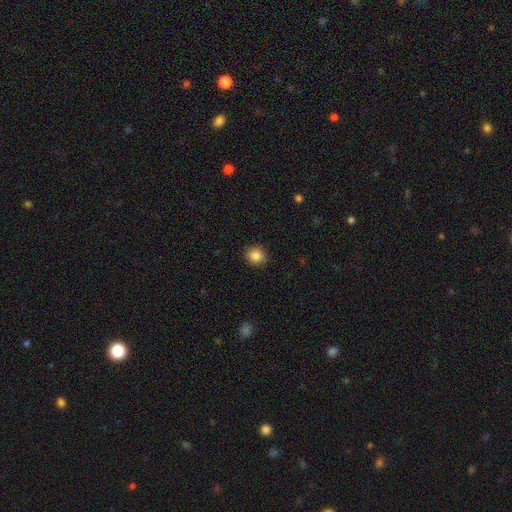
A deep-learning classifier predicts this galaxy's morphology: Smooth or featured?
  - smooth: 86% *
  - star or artifact: 10%
  - featured or disk: 4%
How rounded?
  - round: 87% *
  - in between: 13%
  - cigar-shaped: 1%
Merging?
  - none: 91% *
  - minor disturbance: 7%
  - major disturbance: 2%
  - merger: 1%